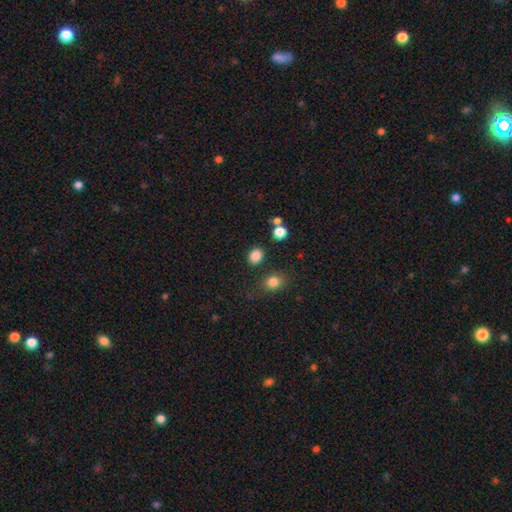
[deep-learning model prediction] Smooth or featured? Predicted: smooth (p=0.85). How rounded? Predicted: round (p=0.55). Merging? Predicted: none (p=0.83).